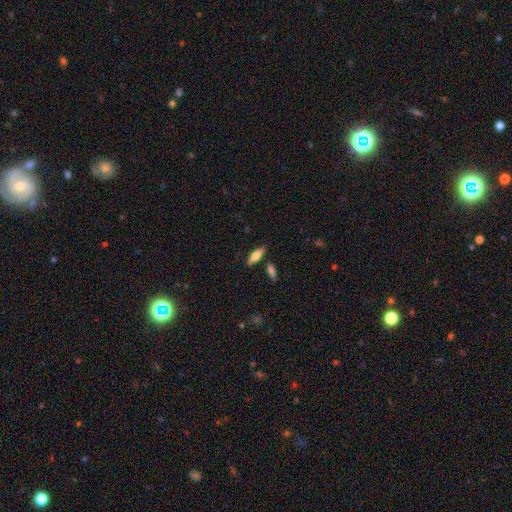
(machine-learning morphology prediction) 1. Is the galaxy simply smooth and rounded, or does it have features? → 65% smooth, 28% featured or disk, 7% star or artifact.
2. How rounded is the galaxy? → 63% in between, 35% cigar-shaped, 2% round.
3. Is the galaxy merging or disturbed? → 82% none, 11% minor disturbance, 5% merger, 3% major disturbance.